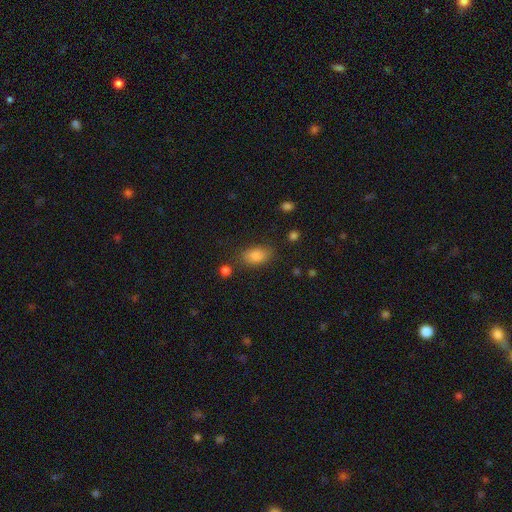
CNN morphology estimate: Overall: smooth (84%). How rounded: in between (88%). Merging: none (78%).